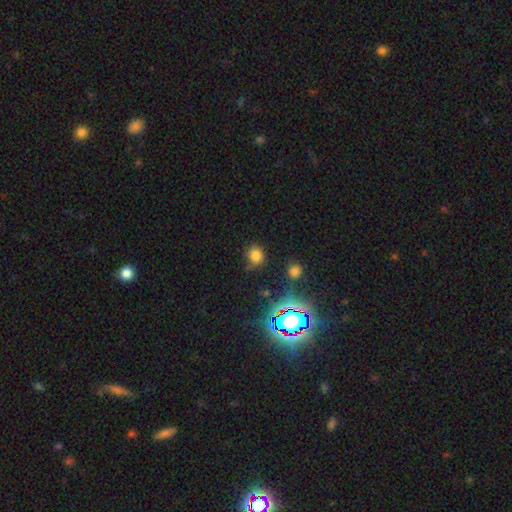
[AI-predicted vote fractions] Overall: smooth (72%). How rounded: round (79%). Merging: none (69%).